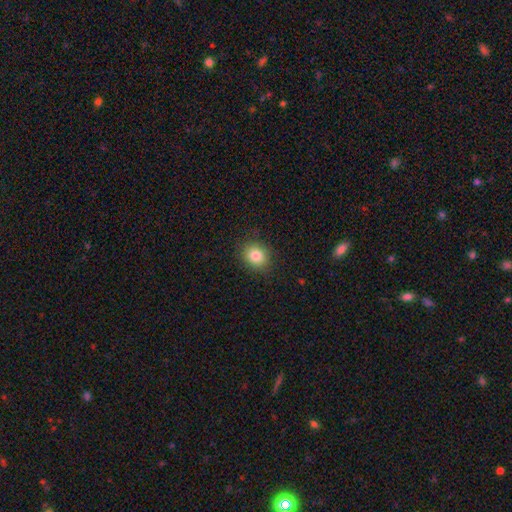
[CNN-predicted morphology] Overall: smooth (83%). How rounded: round (63%; in between 36%). Merging: none (88%).